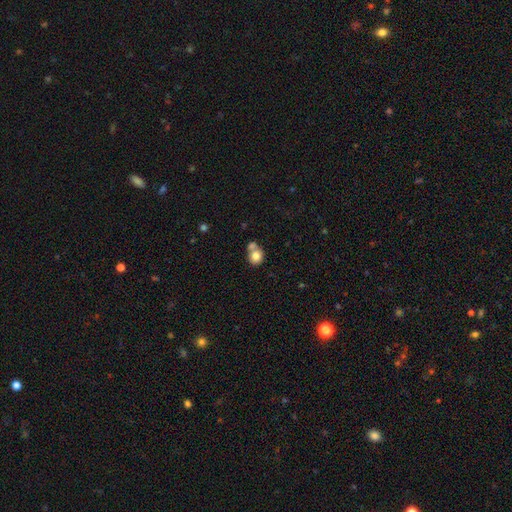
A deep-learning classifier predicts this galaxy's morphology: type=smooth (79%); roundness=round (75%); merging=merger (44%).